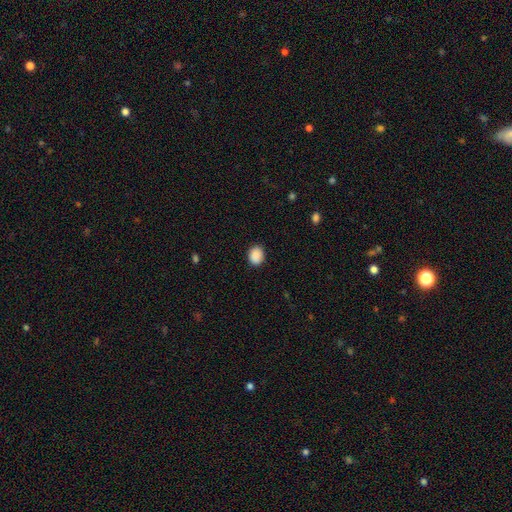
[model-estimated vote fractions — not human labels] Q: Smooth or featured?
A: smooth (90%); runner-up: star or artifact (8%)
Q: How rounded?
A: in between (50%); runner-up: round (49%)
Q: Merging?
A: none (88%); runner-up: minor disturbance (8%)